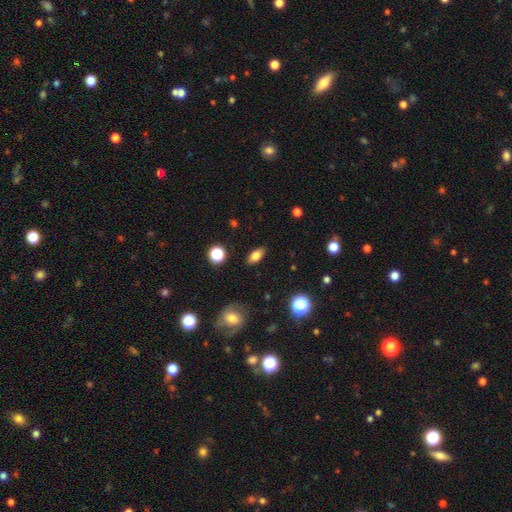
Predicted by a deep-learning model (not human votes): Smooth or featured: smooth — 76% (featured or disk — 14%)
How rounded: in between — 85% (round — 8%)
Merging: none — 86% (minor disturbance — 10%)